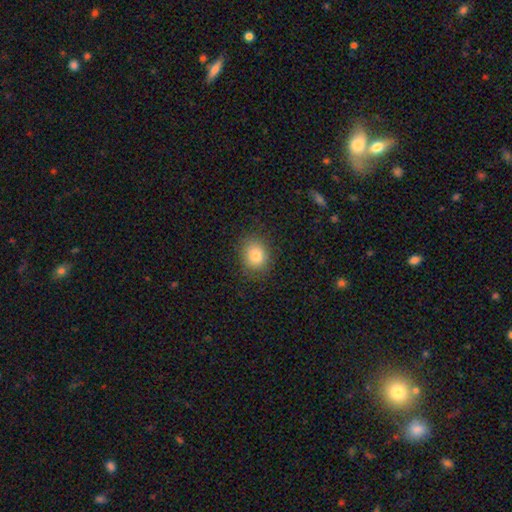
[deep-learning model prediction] Smooth or featured: smooth — 81% (star or artifact — 11%)
How rounded: round — 61% (in between — 38%)
Merging: none — 84% (minor disturbance — 11%)